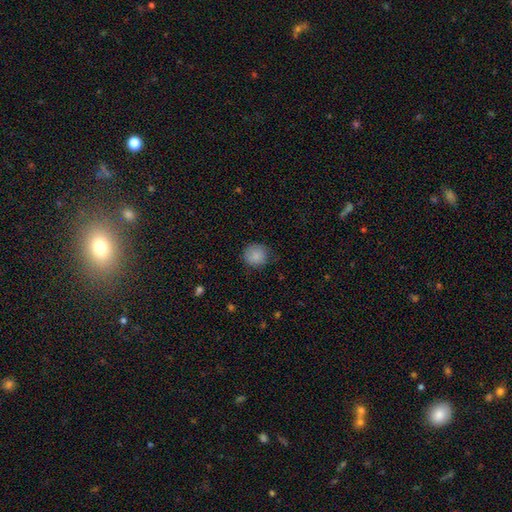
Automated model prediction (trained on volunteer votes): This is clearly a smooth galaxy (86%). How rounded: clearly round (89%). Merging: likely none (75%).